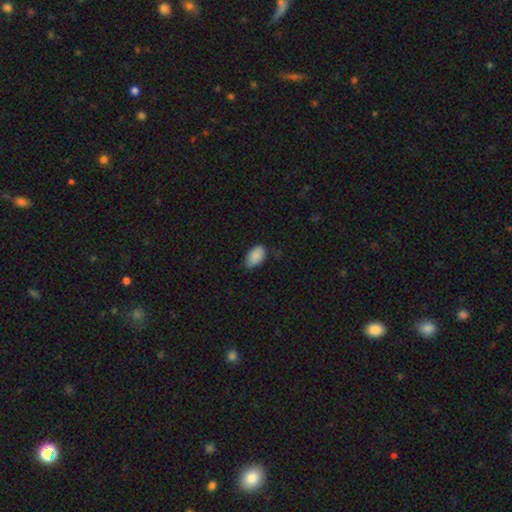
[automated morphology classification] Smooth or featured? Predicted: smooth (p=0.89). How rounded? Predicted: in between (p=0.93). Merging? Predicted: none (p=0.74).